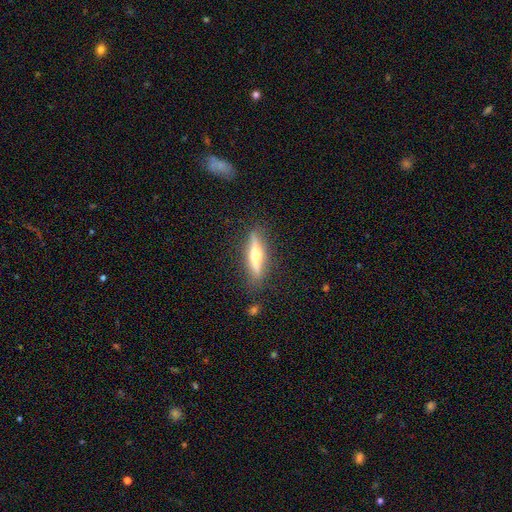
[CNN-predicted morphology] A featured or disk galaxy (64%) viewed edge-on (93%) with a rounded central bulge (93%).

Vote fractions:
- Smooth or featured? featured or disk: 64% / smooth: 30% / star or artifact: 6%
- Edge-on disk? yes: 93% / no: 7%
- Edge-on bulge? rounded: 93% / none: 4% / boxy: 3%
- Merging? none: 85% / minor disturbance: 11% / major disturbance: 3% / merger: 2%